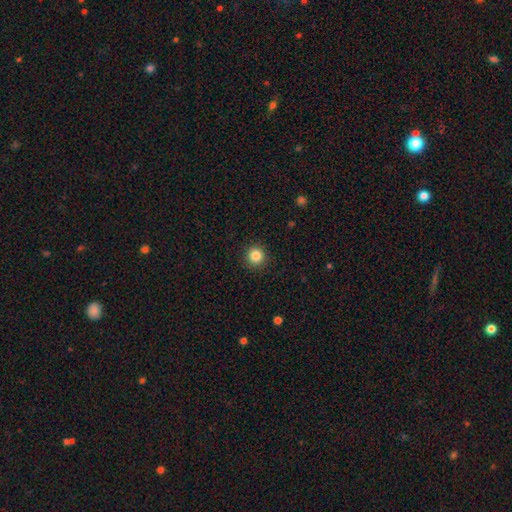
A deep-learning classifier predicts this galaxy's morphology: The model was most divided on "smooth or featured": smooth: 85%, star or artifact: 11%, featured or disk: 4%. More confident: how rounded — round (94%); merging — none (92%).